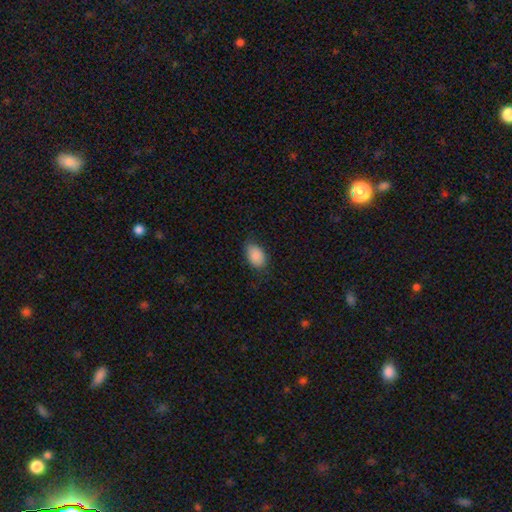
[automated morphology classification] The model was most divided on "merging": none: 73%, minor disturbance: 22%, major disturbance: 5%, merger: 1%. More confident: smooth or featured — smooth (88%); how rounded — in between (86%).